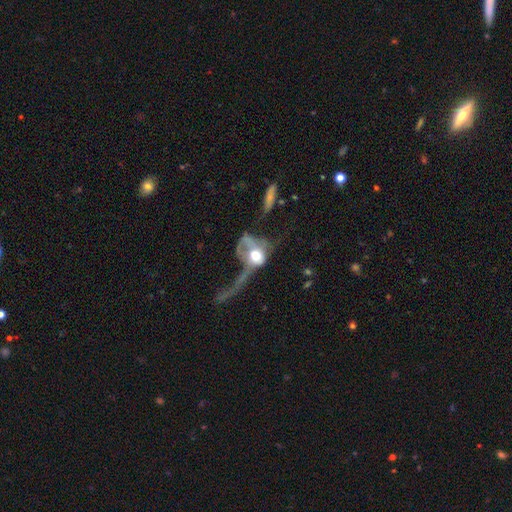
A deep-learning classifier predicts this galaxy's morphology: A featured or disk galaxy (46%). Merging: major disturbance (61%).